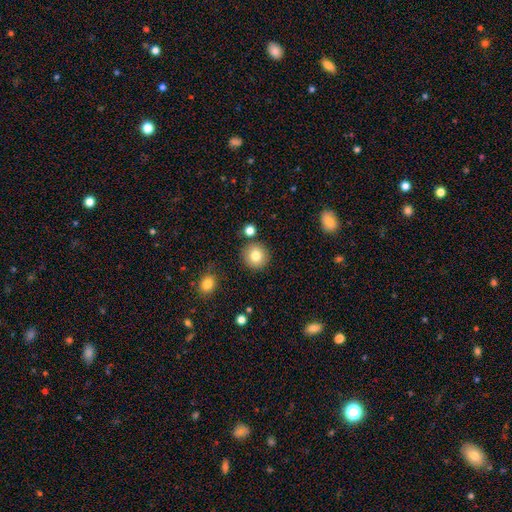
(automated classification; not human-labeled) smooth_or_featured: smooth (p=0.81) [alt: star or artifact p=0.10]
how_rounded: round (p=0.93) [alt: in between p=0.06]
merging: none (p=0.87) [alt: minor disturbance p=0.07]